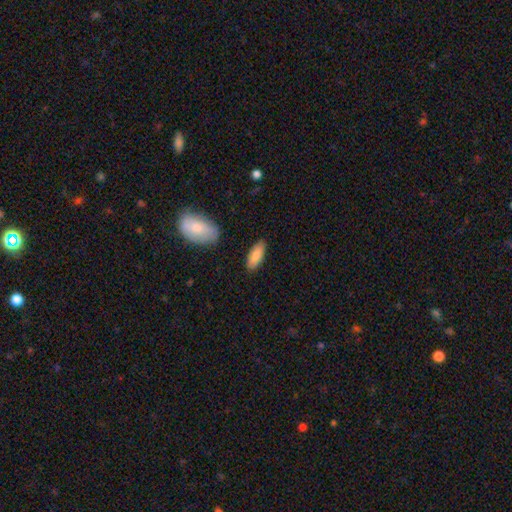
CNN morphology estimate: type=smooth (84%); roundness=in between (77%); merging=none (85%).